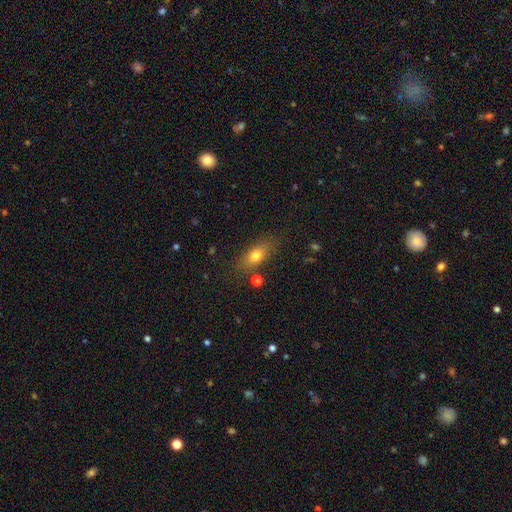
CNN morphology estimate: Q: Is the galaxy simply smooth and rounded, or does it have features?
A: smooth — 74%.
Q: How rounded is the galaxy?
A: in between — 73%.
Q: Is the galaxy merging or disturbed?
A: none — 78%.